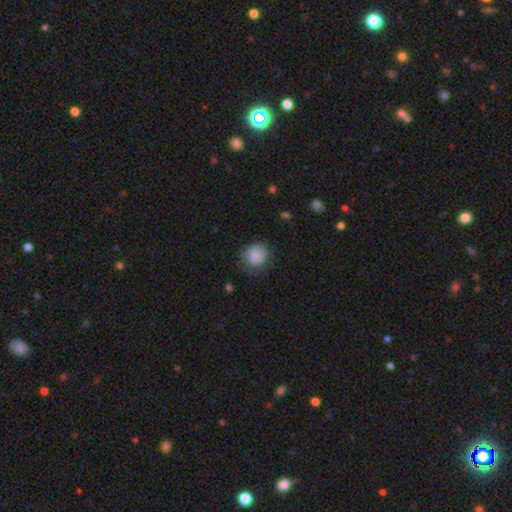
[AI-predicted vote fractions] smooth_or_featured: smooth (p=0.84) [alt: featured or disk p=0.08]
how_rounded: round (p=0.83) [alt: in between p=0.16]
merging: none (p=0.69) [alt: minor disturbance p=0.22]